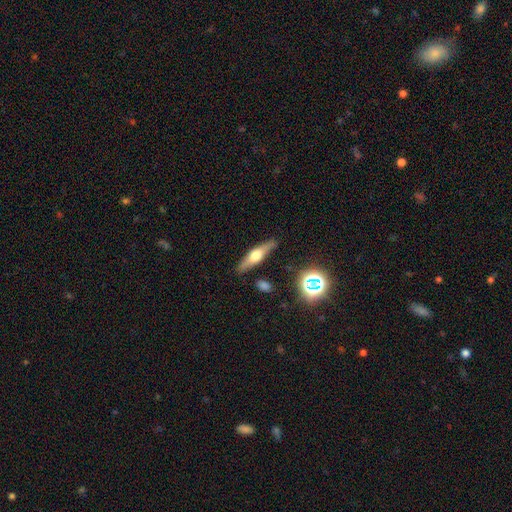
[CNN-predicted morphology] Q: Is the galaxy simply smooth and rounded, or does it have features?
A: featured or disk — 56%.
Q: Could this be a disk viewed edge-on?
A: yes — 92%.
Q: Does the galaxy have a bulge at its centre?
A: rounded — 92%.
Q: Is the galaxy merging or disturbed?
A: none — 85%.